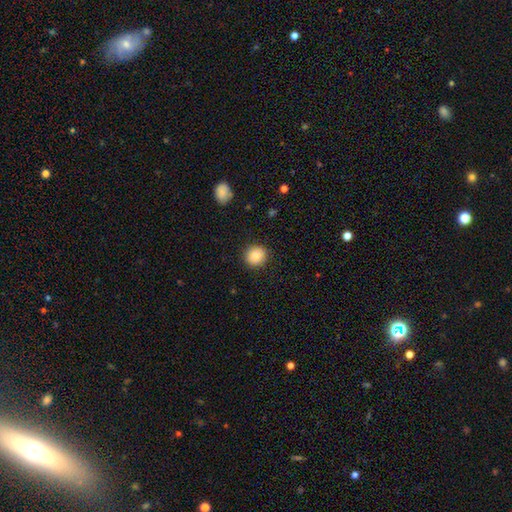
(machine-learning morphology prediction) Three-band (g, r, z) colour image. It shows a smooth galaxy with no disk features (85%) that is round (89%). Merging: none (90%).